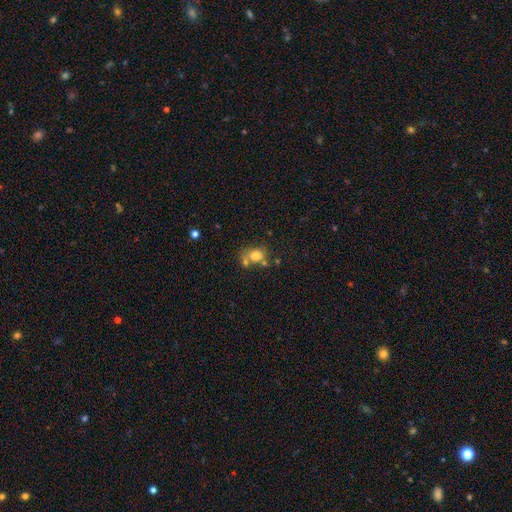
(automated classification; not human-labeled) smooth-or-featured: smooth: 73% | featured or disk: 15% | star or artifact: 12%
  how-rounded: round: 58% | in between: 41% | cigar-shaped: 1%
  merging: none: 42% | merger: 35% | minor disturbance: 15% | major disturbance: 8%